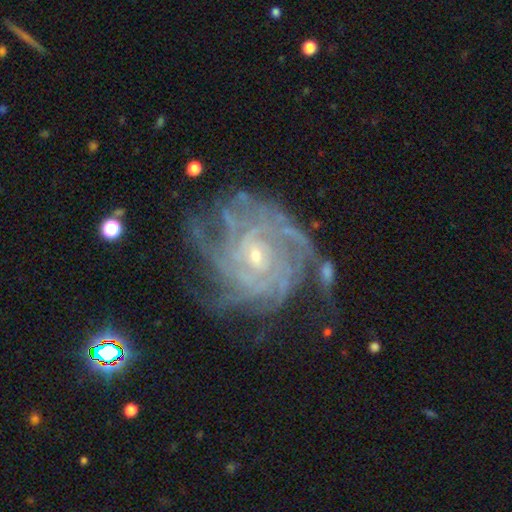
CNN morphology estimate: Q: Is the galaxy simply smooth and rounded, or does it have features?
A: featured or disk — 89%.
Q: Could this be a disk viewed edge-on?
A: no — 97%.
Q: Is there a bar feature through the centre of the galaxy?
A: no — 61%.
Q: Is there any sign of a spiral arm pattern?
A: yes — 97%.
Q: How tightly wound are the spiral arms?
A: tight — 72%.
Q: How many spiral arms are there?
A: can't tell — 29%.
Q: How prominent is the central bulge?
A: small — 77%.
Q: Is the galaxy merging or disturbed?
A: none — 59%.